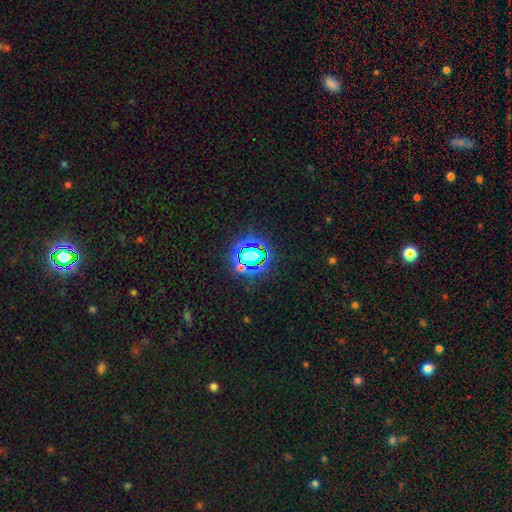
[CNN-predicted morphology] Smooth or featured? star or artifact (79%)